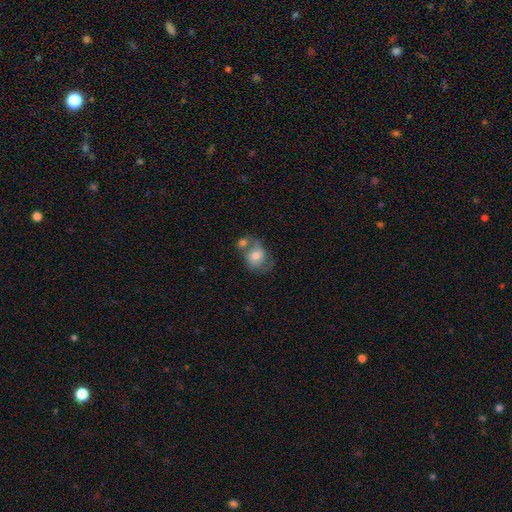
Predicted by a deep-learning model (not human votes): Overall: smooth (58%; featured or disk 34%). How rounded: round (60%; in between 39%). Merging: merger (41%; none 29%).